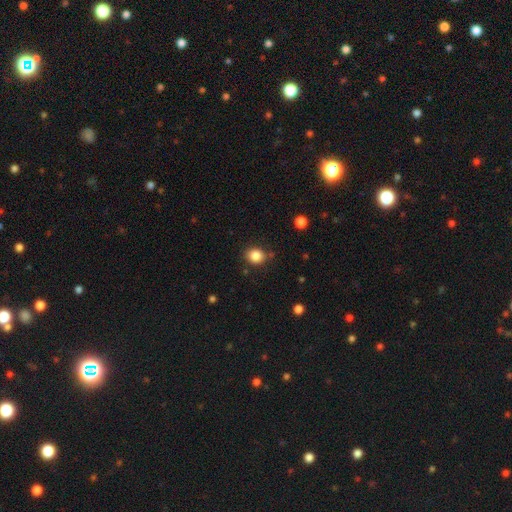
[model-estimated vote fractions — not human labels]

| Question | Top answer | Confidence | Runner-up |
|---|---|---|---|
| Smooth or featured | smooth | 85% | star or artifact (10%) |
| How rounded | round | 70% | in between (29%) |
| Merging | none | 83% | minor disturbance (11%) |